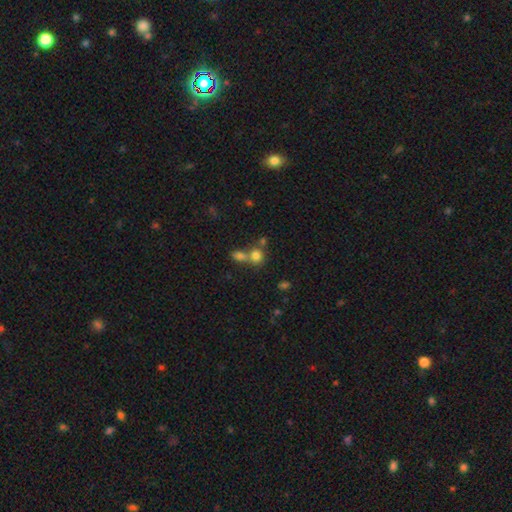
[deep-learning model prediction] A smooth galaxy with no disk features (77%) that is round (77%). Merging: merger (45%).